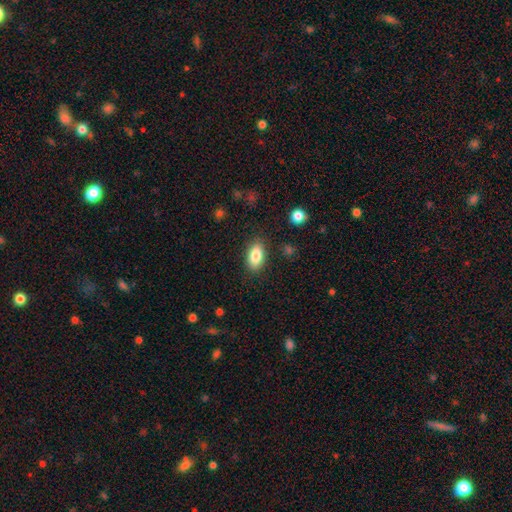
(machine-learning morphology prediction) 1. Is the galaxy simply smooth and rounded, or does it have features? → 84% smooth, 8% featured or disk, 7% star or artifact.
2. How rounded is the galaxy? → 91% in between, 5% round, 3% cigar-shaped.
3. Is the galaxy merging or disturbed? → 85% none, 10% minor disturbance, 3% major disturbance, 2% merger.